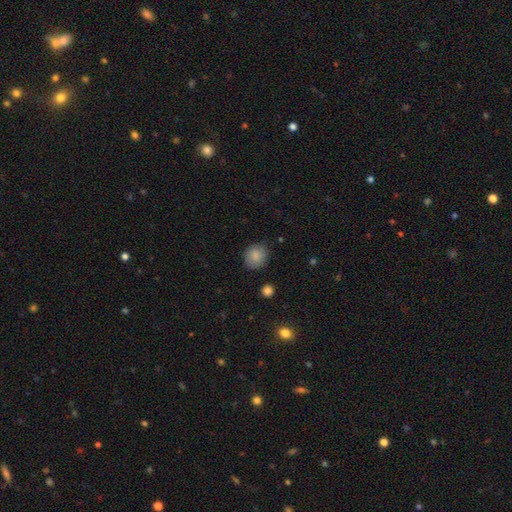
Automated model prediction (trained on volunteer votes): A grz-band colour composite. It shows a smooth galaxy with no disk features (86%) that is round (73%). Merging: none (84%).